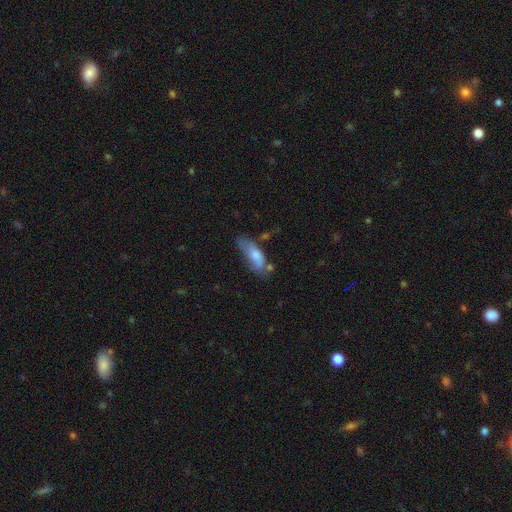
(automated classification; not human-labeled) smooth-or-featured: smooth: 70% | featured or disk: 24% | star or artifact: 7%
  how-rounded: in between: 72% | cigar-shaped: 25% | round: 2%
  merging: none: 38% | minor disturbance: 33% | major disturbance: 17% | merger: 13%